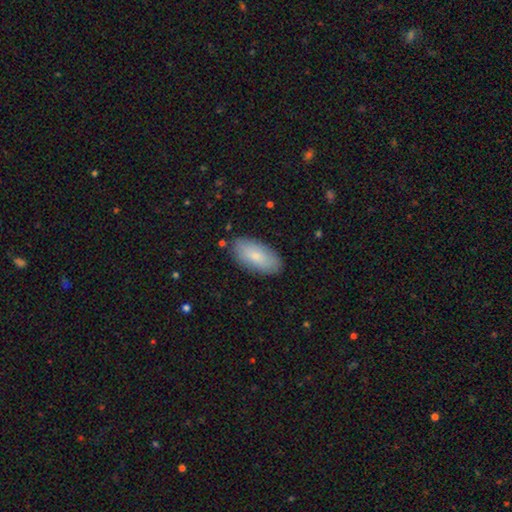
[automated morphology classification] type=smooth (80%); roundness=in between (92%); merging=none (85%).